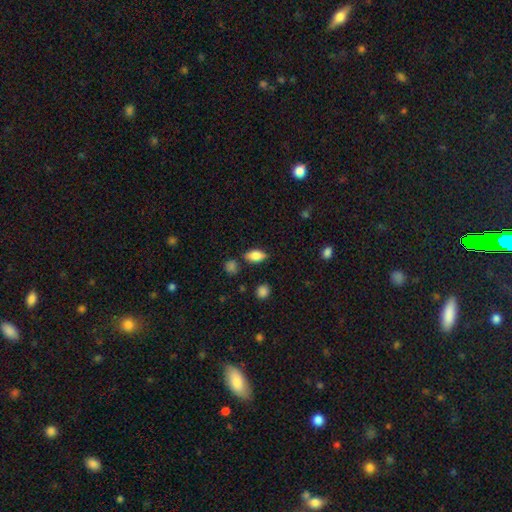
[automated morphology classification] smooth 81%, featured or disk 11%, star or artifact 8%. Down the decision tree: how rounded — in between (87%); merging — none (77%).